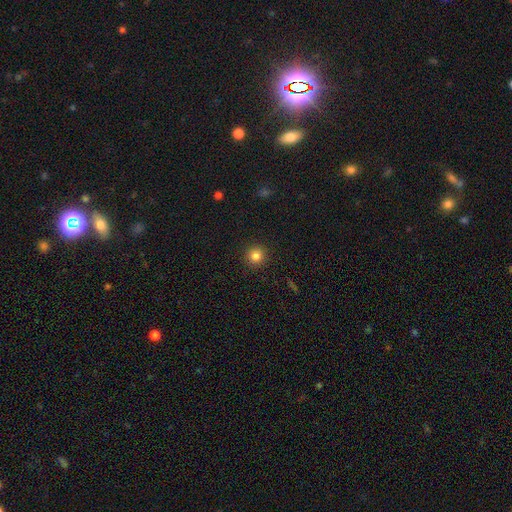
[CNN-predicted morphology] smooth_or_featured: smooth (p=0.83) [alt: star or artifact p=0.12]
how_rounded: round (p=0.95) [alt: in between p=0.04]
merging: none (p=0.92) [alt: minor disturbance p=0.05]